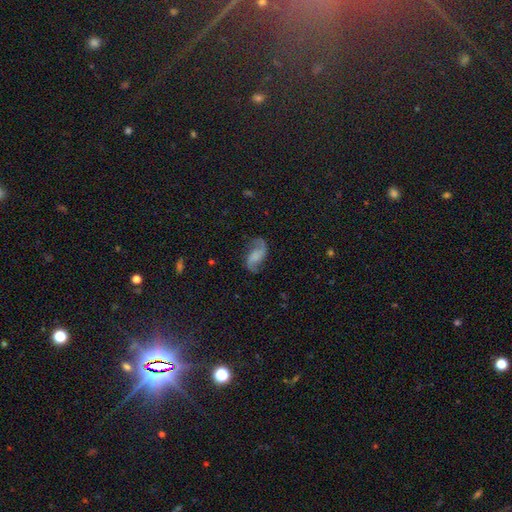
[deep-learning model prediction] Smooth or featured?
  - featured or disk: 80% *
  - smooth: 12%
  - star or artifact: 8%
Edge-on disk?
  - no: 97% *
  - yes: 3%
Bar?
  - no: 51% *
  - weak: 37%
  - strong: 13%
Spiral arms?
  - yes: 96% *
  - no: 4%
Spiral winding?
  - loose: 67% *
  - medium: 27%
  - tight: 6%
Spiral arm count?
  - 2: 92% *
  - 1: 3%
  - can't tell: 2%
  - 3: 1%
  - 4: 1%
  - more than 4: 1%
Bulge size?
  - none: 58% *
  - small: 16%
  - moderate: 13%
  - large: 11%
  - dominant: 3%
Merging?
  - none: 76% *
  - minor disturbance: 15%
  - major disturbance: 7%
  - merger: 2%